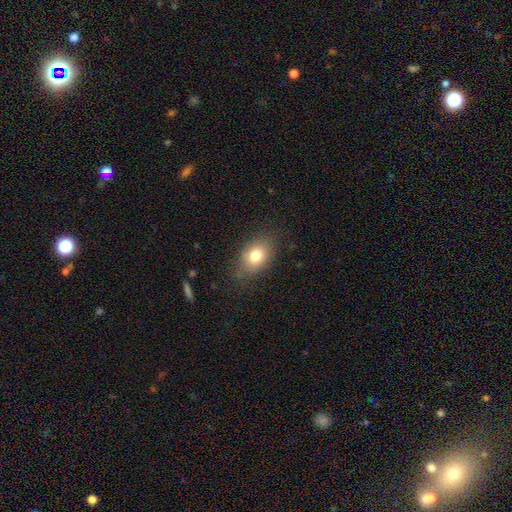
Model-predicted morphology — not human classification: Smooth or featured: smooth — 79% (featured or disk — 12%)
How rounded: in between — 74% (round — 24%)
Merging: none — 77% (minor disturbance — 17%)